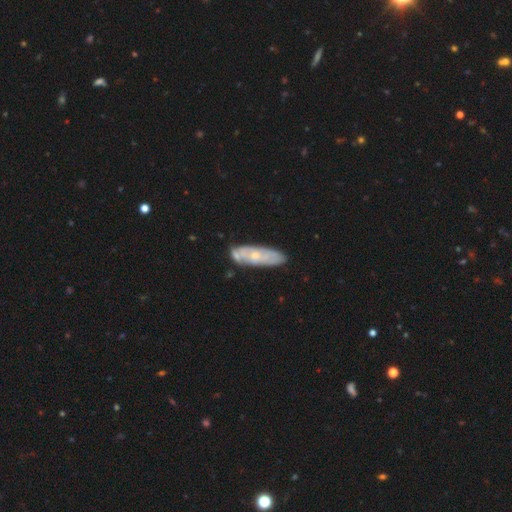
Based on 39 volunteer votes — Smooth or featured?
  - featured or disk: 64% *
  - smooth: 36%
  - star or artifact: 0%
Edge-on disk?
  - no: 88% *
  - yes: 12%
Bar?
  - no: 77% *
  - weak: 14%
  - strong: 9%
Spiral arms?
  - no: 59% *
  - yes: 41%
Bulge size?
  - moderate: 50% *
  - small: 45%
  - none: 5%
  - dominant: 0%
  - large: 0%
Merging?
  - none: 59% *
  - minor disturbance: 21%
  - merger: 18%
  - major disturbance: 3%